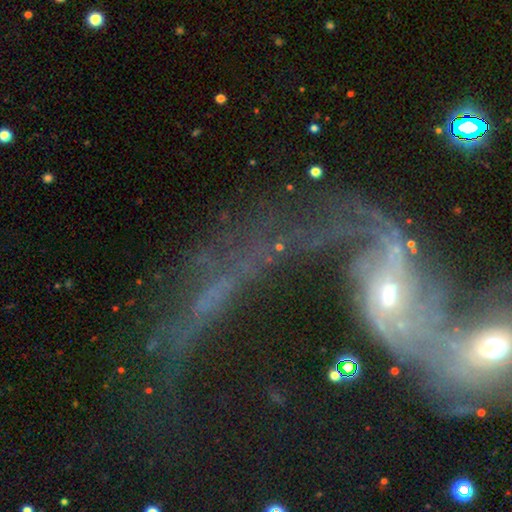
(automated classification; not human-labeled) A featured or disk galaxy (64%). Merging: none (38%).